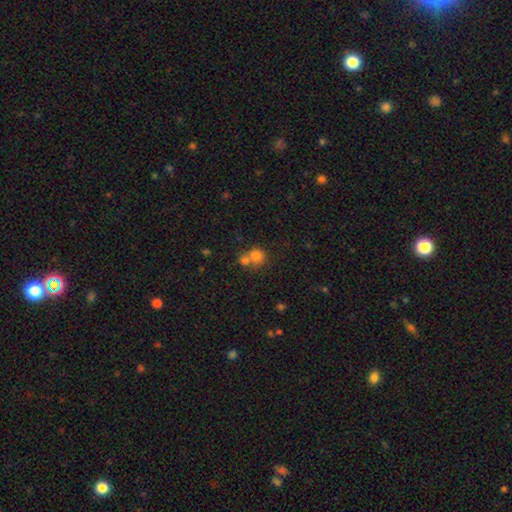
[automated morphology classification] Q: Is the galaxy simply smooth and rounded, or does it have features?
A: smooth — 77%.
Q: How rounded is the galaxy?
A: round — 83%.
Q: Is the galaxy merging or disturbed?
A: merger — 49%.